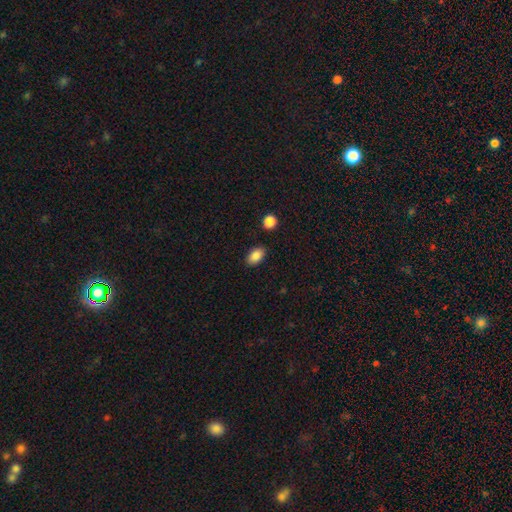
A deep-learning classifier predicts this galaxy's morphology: Overall: smooth (87%). How rounded: in between (90%). Merging: none (86%).